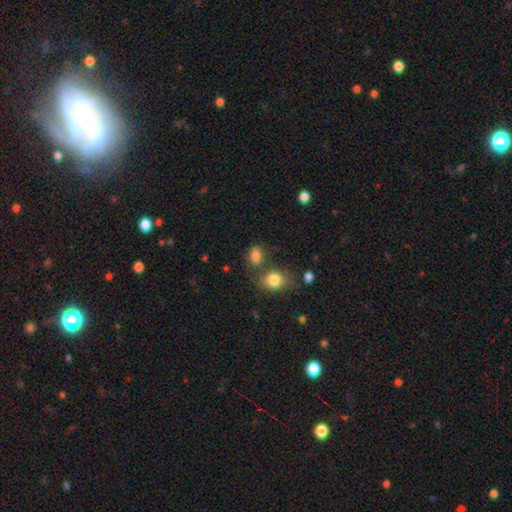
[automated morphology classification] smooth-or-featured: smooth: 81% | star or artifact: 12% | featured or disk: 7%
  how-rounded: in between: 71% | round: 27% | cigar-shaped: 2%
  merging: none: 59% | merger: 20% | minor disturbance: 15% | major disturbance: 6%